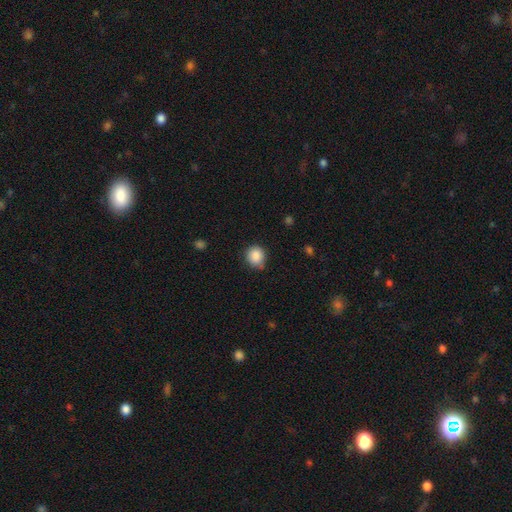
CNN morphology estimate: This is clearly a smooth galaxy (86%). How rounded: clearly round (83%). Merging: likely none (74%).